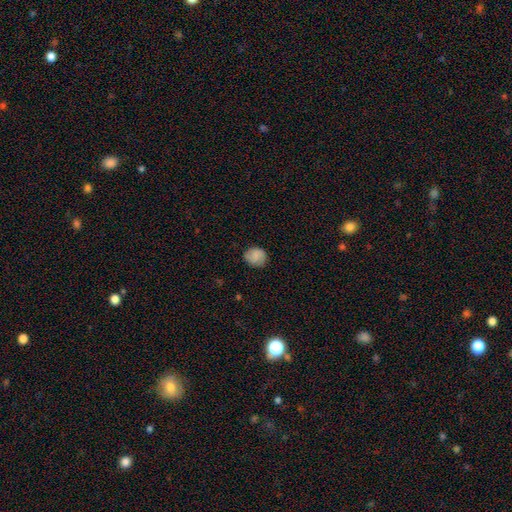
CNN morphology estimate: Smooth or featured: smooth — 81% (featured or disk — 11%)
How rounded: round — 76% (in between — 23%)
Merging: none — 82% (minor disturbance — 14%)